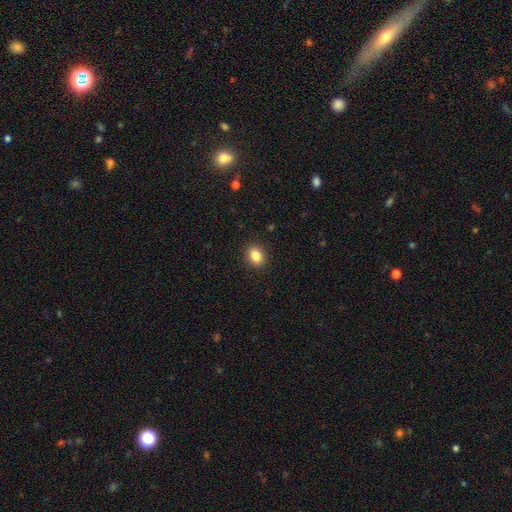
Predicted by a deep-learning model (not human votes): smooth-or-featured: smooth: 85% | star or artifact: 10% | featured or disk: 5%
  how-rounded: round: 51% | in between: 48% | cigar-shaped: 1%
  merging: none: 90% | minor disturbance: 7% | major disturbance: 2% | merger: 1%